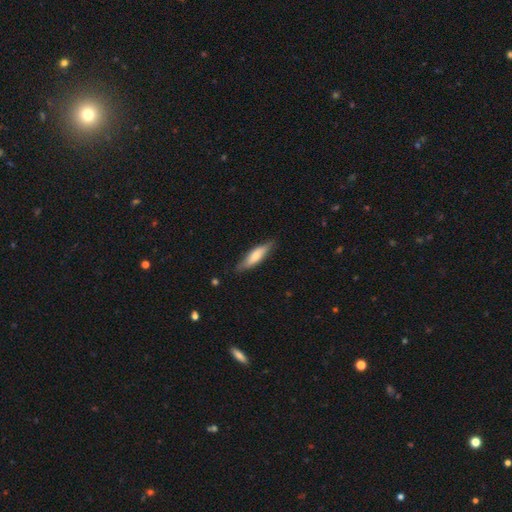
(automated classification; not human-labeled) A smooth galaxy with no disk features (64%) that is cigar-shaped (63%). Merging: none (80%).